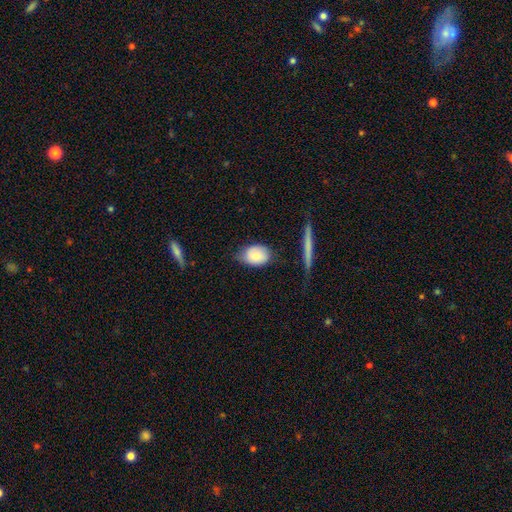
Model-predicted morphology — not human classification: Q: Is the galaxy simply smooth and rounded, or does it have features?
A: smooth — 75%.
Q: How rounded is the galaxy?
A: in between — 73%.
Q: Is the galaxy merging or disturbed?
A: none — 65%.